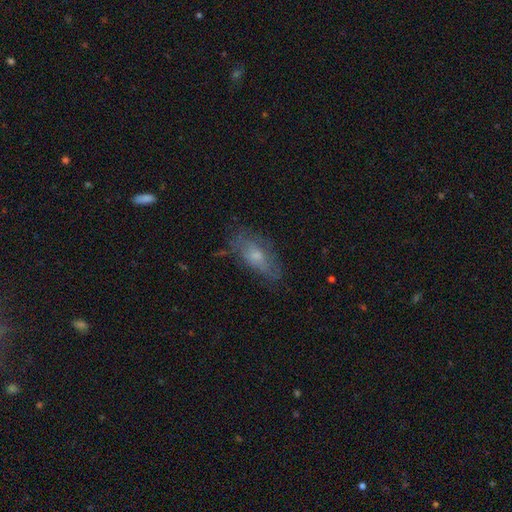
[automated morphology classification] Smooth or featured? Predicted: smooth (p=0.51). How rounded? Predicted: in between (p=0.80). Merging? Predicted: none (p=0.60).